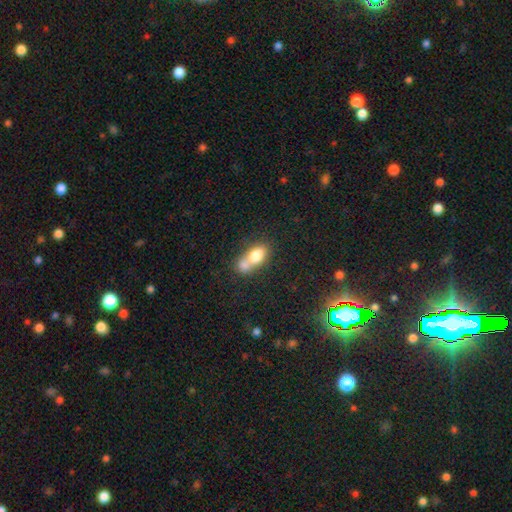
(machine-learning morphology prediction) This is likely a smooth galaxy (75%). How rounded: likely in between (78%). Merging: likely merger (62%).